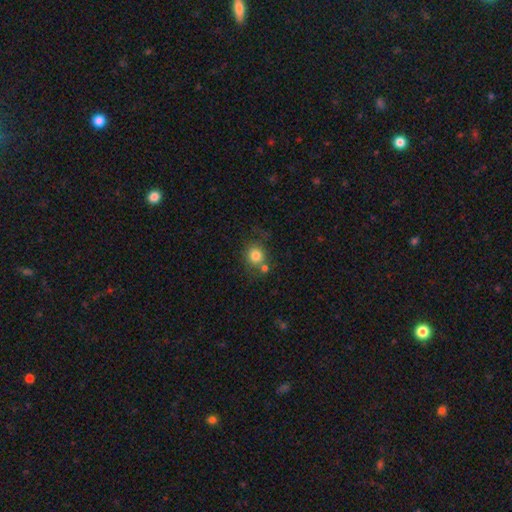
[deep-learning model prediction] The model was most divided on "merging": none: 60%, merger: 18%, minor disturbance: 15%, major disturbance: 6%. More confident: how rounded — round (82%); smooth or featured — smooth (80%).